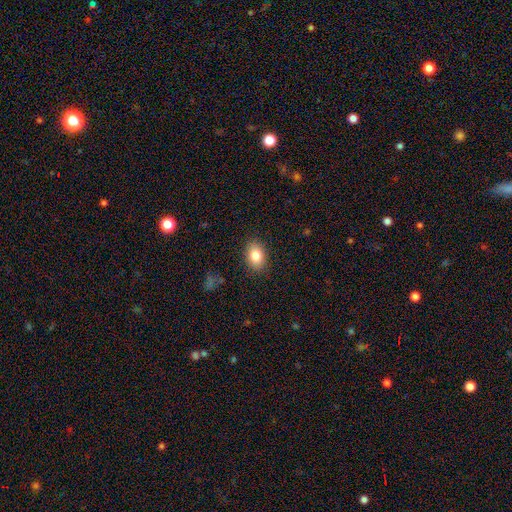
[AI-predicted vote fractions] Smooth or featured: smooth — 83% (featured or disk — 9%)
How rounded: in between — 81% (round — 17%)
Merging: none — 87% (minor disturbance — 9%)